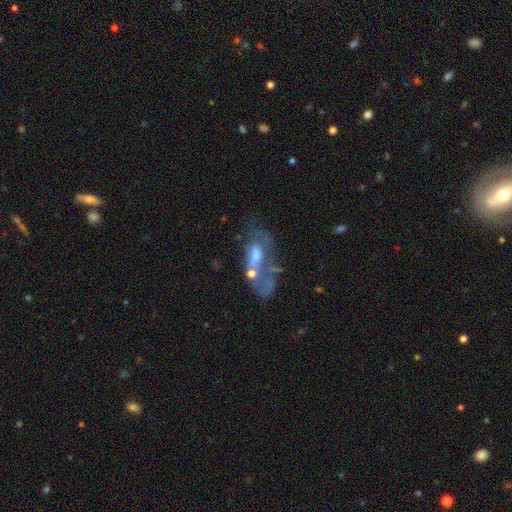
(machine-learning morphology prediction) The model was most divided on "merging": major disturbance: 33%, merger: 28%, none: 25%, minor disturbance: 14%. More confident: edge-on disk — no (88%); smooth or featured — featured or disk (55%).